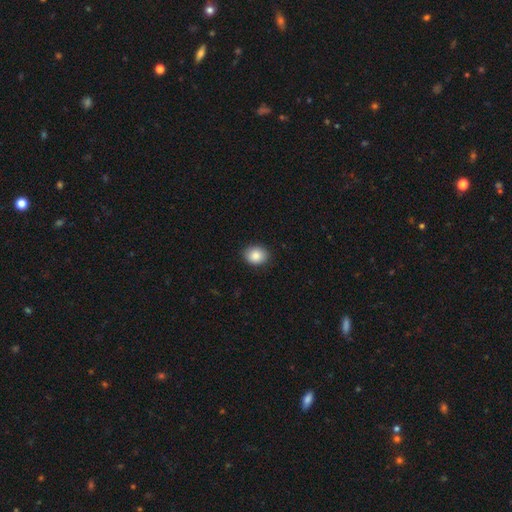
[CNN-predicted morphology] The model was most divided on "how rounded": round: 58%, in between: 41%, cigar-shaped: 1%. More confident: merging — none (89%); smooth or featured — smooth (86%).